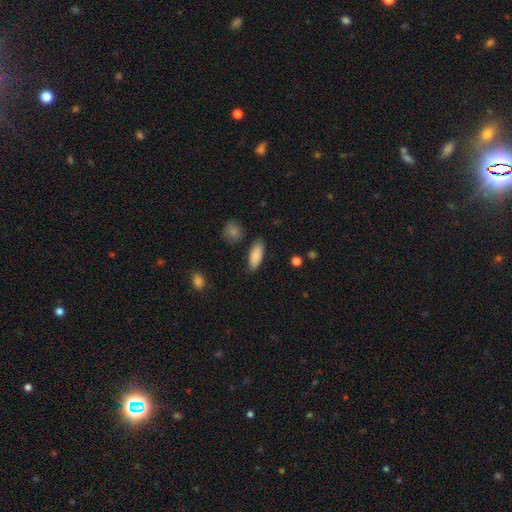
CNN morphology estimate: A smooth galaxy with no disk features (87%) that is in between round and cigar-shaped (80%).

Vote fractions:
- Smooth or featured? smooth: 87% / star or artifact: 6% / featured or disk: 6%
- How rounded? in between: 80% / cigar-shaped: 17% / round: 2%
- Merging? none: 83% / minor disturbance: 12% / major disturbance: 3% / merger: 3%